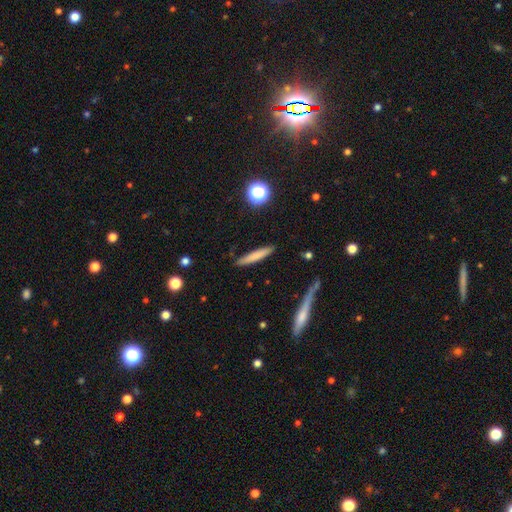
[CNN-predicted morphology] The model was most divided on "smooth or featured": smooth: 75%, featured or disk: 17%, star or artifact: 8%. More confident: how rounded — cigar-shaped (91%); merging — none (87%).